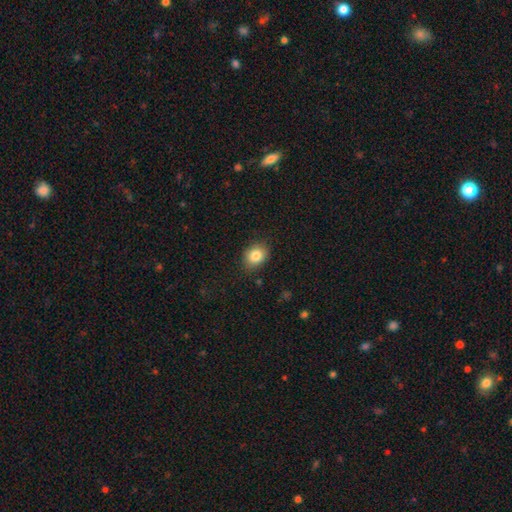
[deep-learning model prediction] Smooth or featured: smooth — 83% (star or artifact — 9%)
How rounded: in between — 53% (round — 46%)
Merging: none — 84% (minor disturbance — 12%)